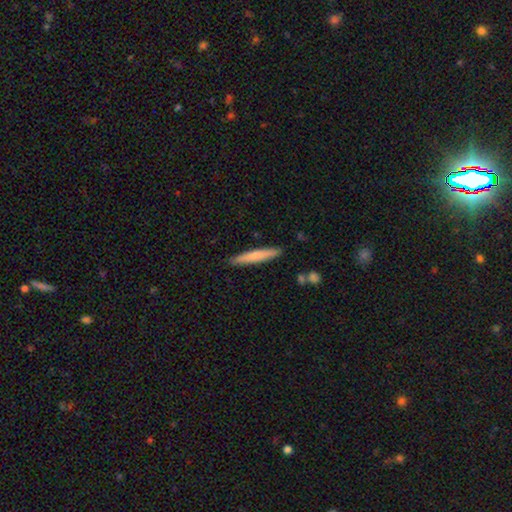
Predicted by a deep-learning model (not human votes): A smooth galaxy with no disk features (71%) that is cigar-shaped (94%).

Vote fractions:
- Smooth or featured? smooth: 71% / featured or disk: 24% / star or artifact: 5%
- How rounded? cigar-shaped: 94% / in between: 5% / round: 1%
- Merging? none: 89% / minor disturbance: 7% / merger: 2% / major disturbance: 2%